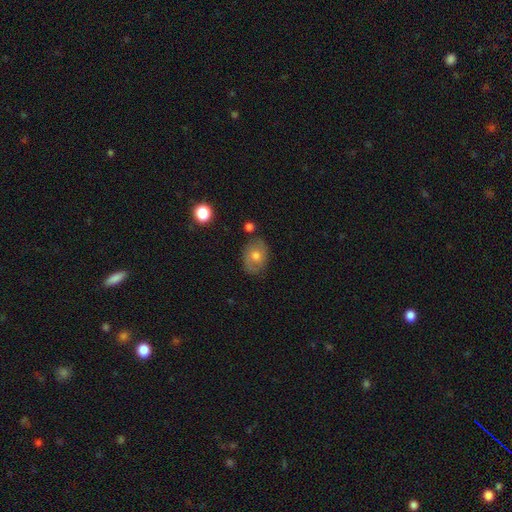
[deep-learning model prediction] smooth_or_featured: smooth (p=0.51) [alt: featured or disk p=0.40]
how_rounded: in between (p=0.63) [alt: round p=0.36]
merging: none (p=0.76) [alt: minor disturbance p=0.17]